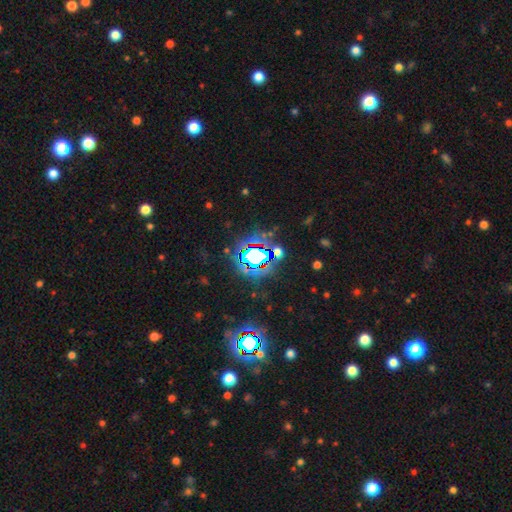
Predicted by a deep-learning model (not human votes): This is likely a star or artifact rather than a galaxy (77%).